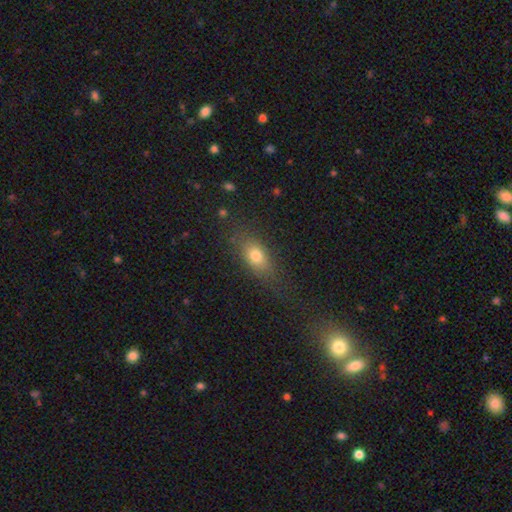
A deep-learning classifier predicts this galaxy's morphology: smooth_or_featured: smooth (p=0.73) [alt: featured or disk p=0.15]
how_rounded: in between (p=0.73) [alt: round p=0.15]
merging: none (p=0.71) [alt: minor disturbance p=0.17]